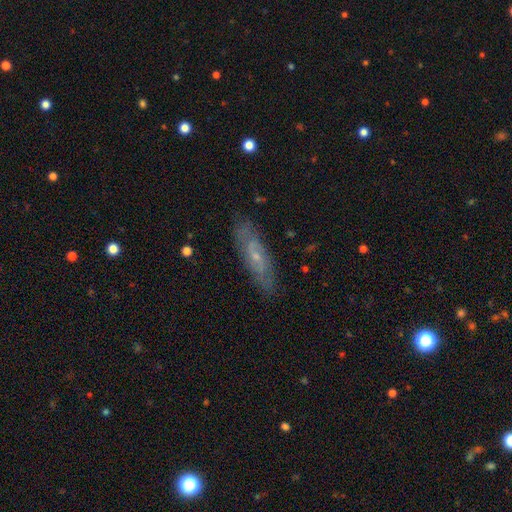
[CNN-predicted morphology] The model was most divided on "smooth or featured": featured or disk: 61%, smooth: 31%, star or artifact: 8%. More confident: merging — none (81%); edge-on disk — no (69%).